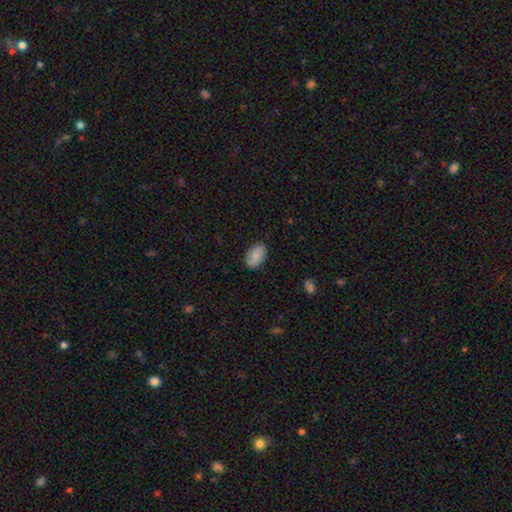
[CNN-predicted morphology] smooth_or_featured: smooth (p=0.86) [alt: featured or disk p=0.08]
how_rounded: in between (p=0.93) [alt: round p=0.05]
merging: none (p=0.86) [alt: minor disturbance p=0.10]